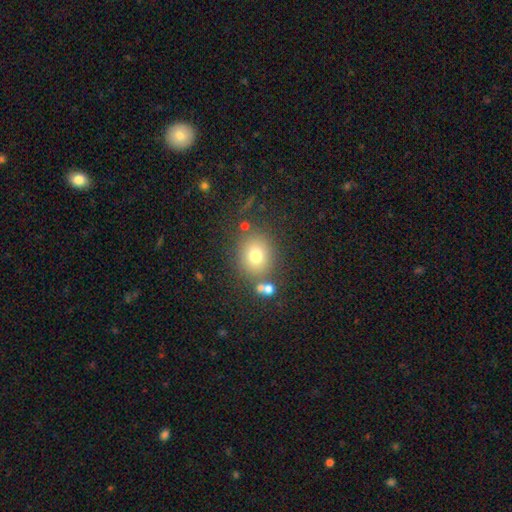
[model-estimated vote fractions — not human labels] A smooth galaxy with no disk features (74%) that is round (71%). Merging: none (76%).